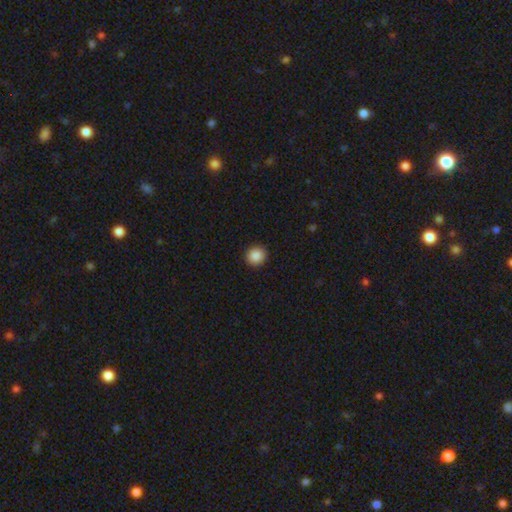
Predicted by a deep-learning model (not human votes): This appears to be a smooth galaxy with no disk features (88%) that is round (92%). Merging: none (93%).